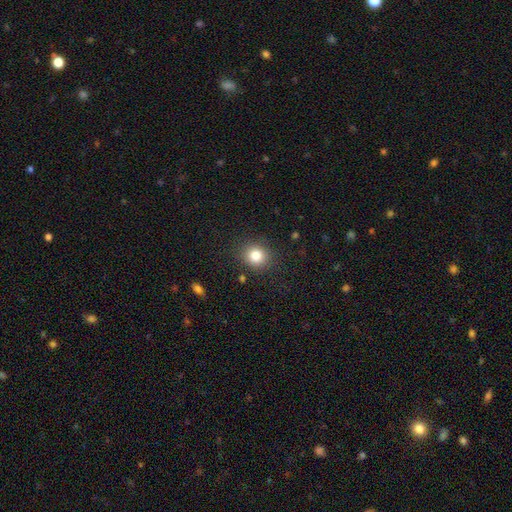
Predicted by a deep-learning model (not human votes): Smooth or featured?
  - smooth: 82% *
  - star or artifact: 12%
  - featured or disk: 7%
How rounded?
  - round: 81% *
  - in between: 18%
  - cigar-shaped: 1%
Merging?
  - none: 87% *
  - minor disturbance: 8%
  - major disturbance: 3%
  - merger: 2%